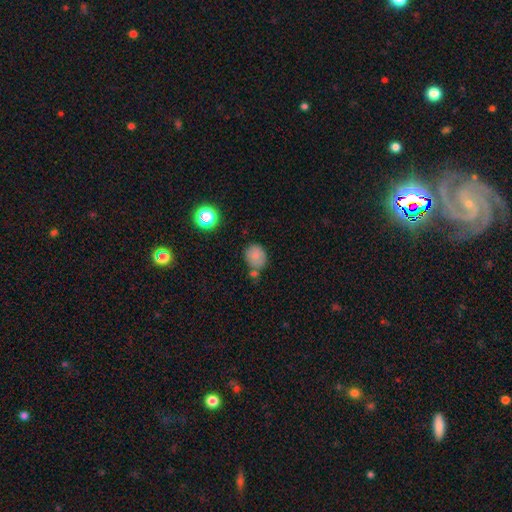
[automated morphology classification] Smooth or featured: smooth — 79% (star or artifact — 12%)
How rounded: round — 68% (in between — 31%)
Merging: none — 58% (merger — 19%)